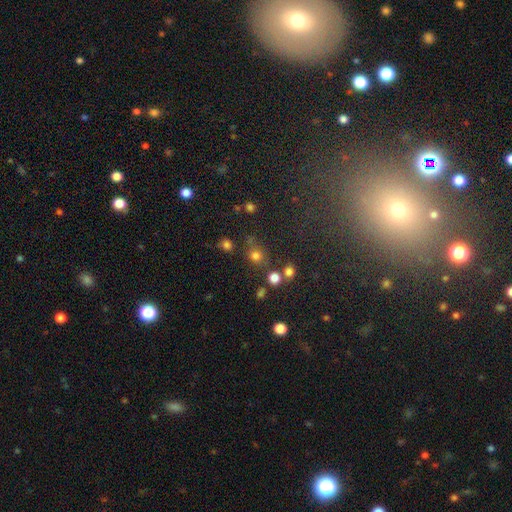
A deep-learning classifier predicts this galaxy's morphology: This is likely a smooth galaxy (74%). How rounded: clearly round (82%). Merging: likely none (67%).